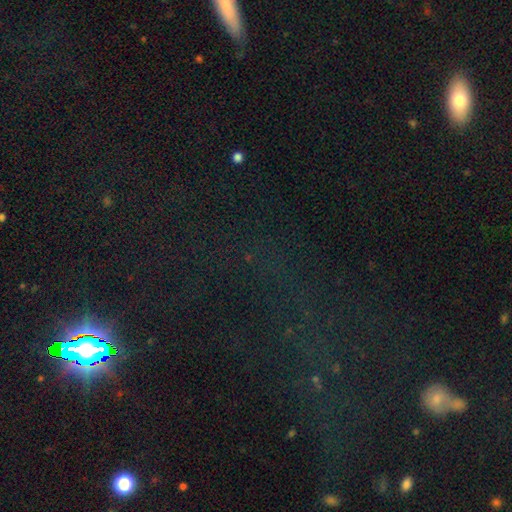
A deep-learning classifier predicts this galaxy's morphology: Smooth or featured: star or artifact — 78% (smooth — 12%)